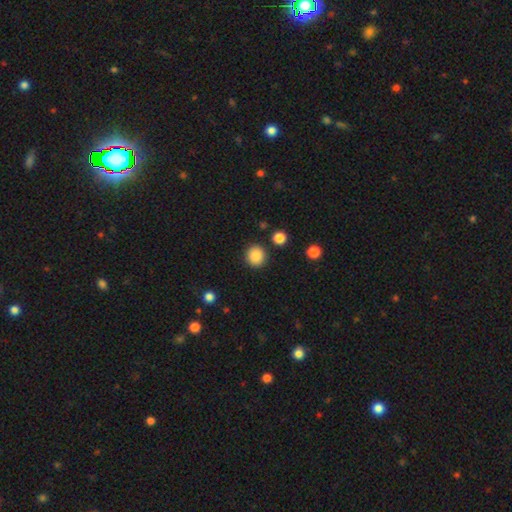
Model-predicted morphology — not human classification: The model was most divided on "smooth or featured": smooth: 88%, star or artifact: 9%, featured or disk: 3%. More confident: how rounded — round (90%); merging — none (89%).